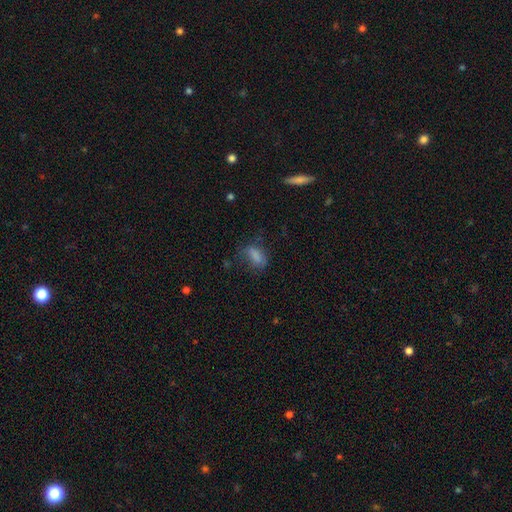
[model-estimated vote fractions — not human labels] This appears to be a smooth galaxy with no disk features (76%) that is in between round and cigar-shaped (78%). Merging: none (53%).